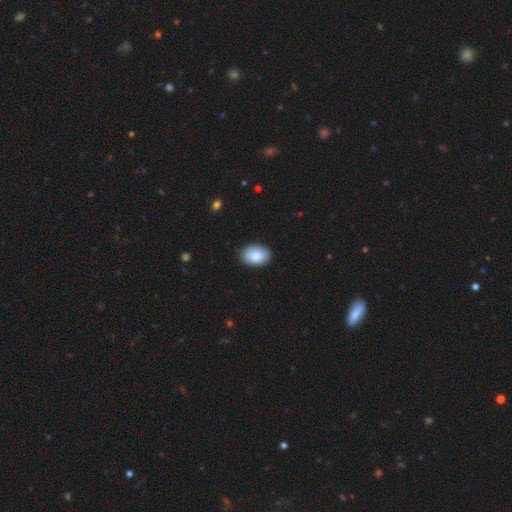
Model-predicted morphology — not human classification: This appears to be a smooth galaxy with no disk features (86%) that is in between round and cigar-shaped (88%). Merging: none (86%).